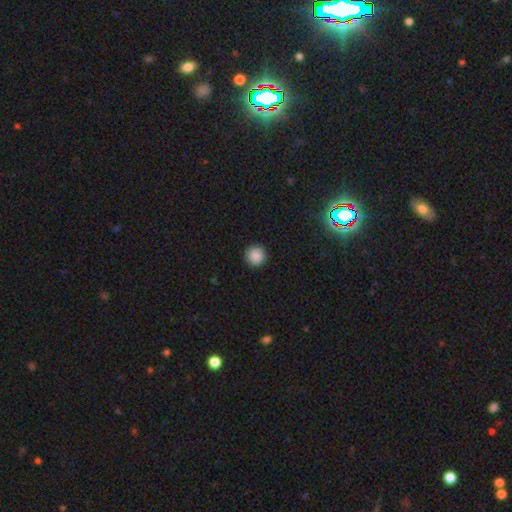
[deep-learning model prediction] Smooth or featured: smooth — 87% (star or artifact — 10%)
How rounded: round — 96% (in between — 3%)
Merging: none — 93% (minor disturbance — 5%)